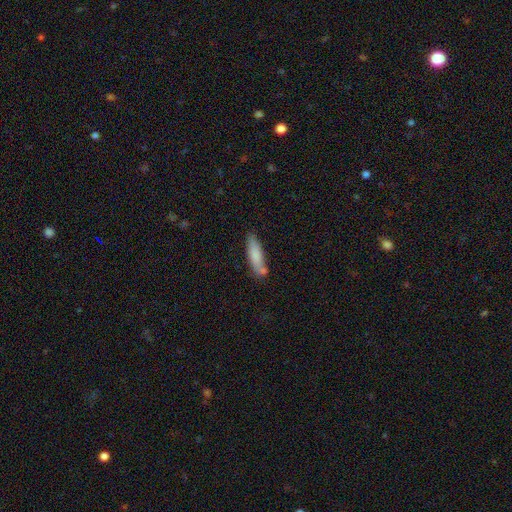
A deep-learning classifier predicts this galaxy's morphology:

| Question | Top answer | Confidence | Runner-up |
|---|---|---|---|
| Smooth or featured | smooth | 79% | featured or disk (15%) |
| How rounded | cigar-shaped | 67% | in between (31%) |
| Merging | none | 67% | minor disturbance (18%) |